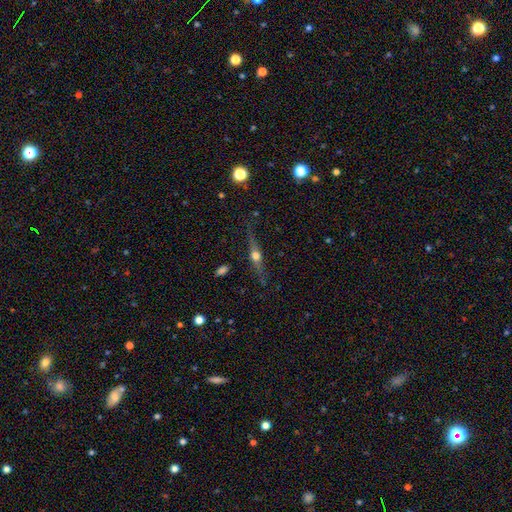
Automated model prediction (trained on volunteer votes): Smooth or featured?
  - featured or disk: 66% *
  - smooth: 25%
  - star or artifact: 9%
Edge-on disk?
  - yes: 95% *
  - no: 5%
Edge-on bulge?
  - rounded: 95% *
  - boxy: 3%
  - none: 2%
Merging?
  - none: 79% *
  - minor disturbance: 15%
  - major disturbance: 4%
  - merger: 2%